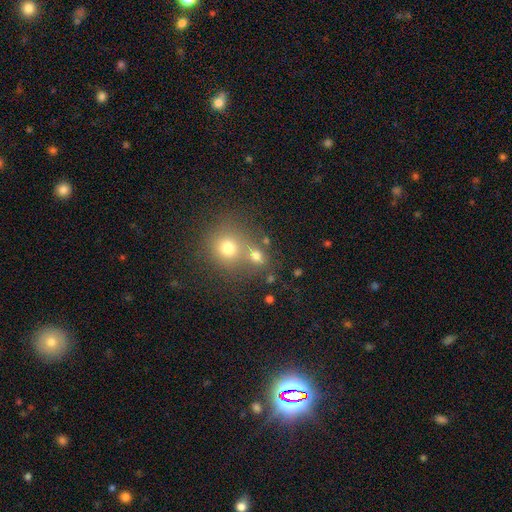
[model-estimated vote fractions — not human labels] This is likely a smooth galaxy (70%). How rounded: likely round (65%). Merging: possibly none (46%).